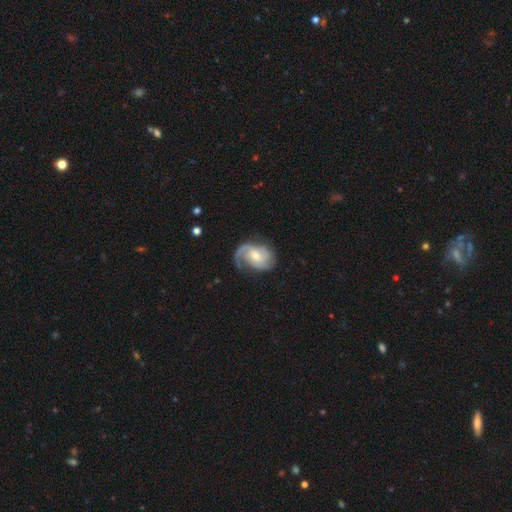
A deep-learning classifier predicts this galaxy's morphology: smooth_or_featured: featured or disk (p=0.83) [alt: smooth p=0.12]
disk_edge_on: no (p=0.97) [alt: yes p=0.03]
bar: no (p=0.58) [alt: weak p=0.35]
has_spiral_arms: yes (p=0.96) [alt: no p=0.04]
spiral_winding: medium (p=0.44) [alt: tight p=0.35]
spiral_arm_count: 2 (p=0.48) [alt: 1 p=0.22]
bulge_size: moderate (p=0.54) [alt: small p=0.41]
merging: none (p=0.61) [alt: minor disturbance p=0.22]